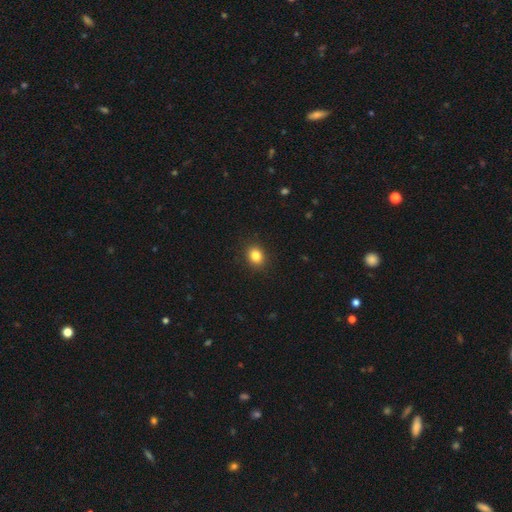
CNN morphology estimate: Overall: smooth (84%). How rounded: round (59%; in between 40%). Merging: none (90%).